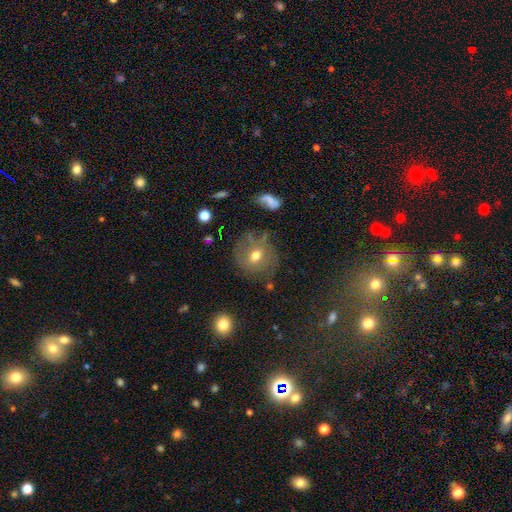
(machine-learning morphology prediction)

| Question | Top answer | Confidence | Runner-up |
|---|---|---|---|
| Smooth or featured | smooth | 53% | featured or disk (33%) |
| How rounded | round | 79% | in between (20%) |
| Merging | none | 63% | minor disturbance (20%) |